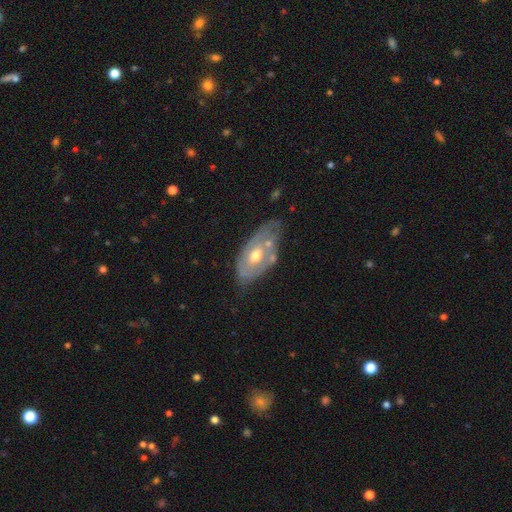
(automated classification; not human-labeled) Morphology: type=featured or disk (63%); edge-on=no (89%); bar=no (77%); spiral arms=no (60%); bulge=moderate (74%); merging=none (43%).